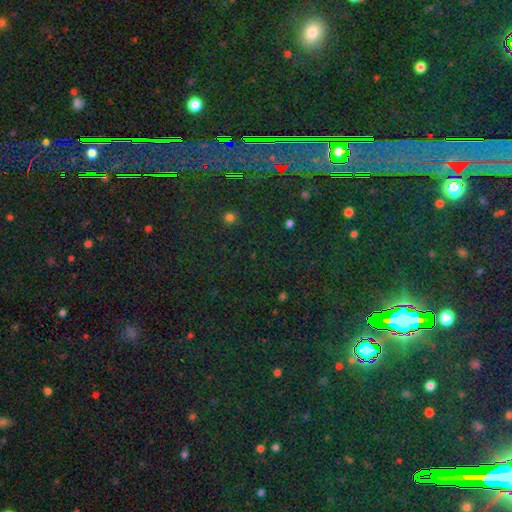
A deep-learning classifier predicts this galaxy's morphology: Smooth or featured? Predicted: star or artifact (p=0.83).